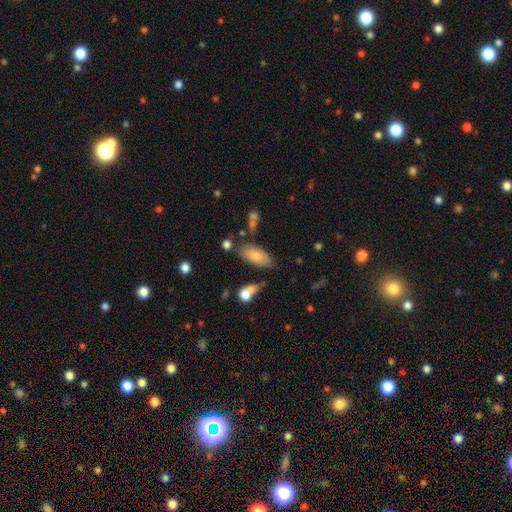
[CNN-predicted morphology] This appears to be a smooth galaxy with no disk features (74%) that is in between round and cigar-shaped (89%). Merging: none (67%).